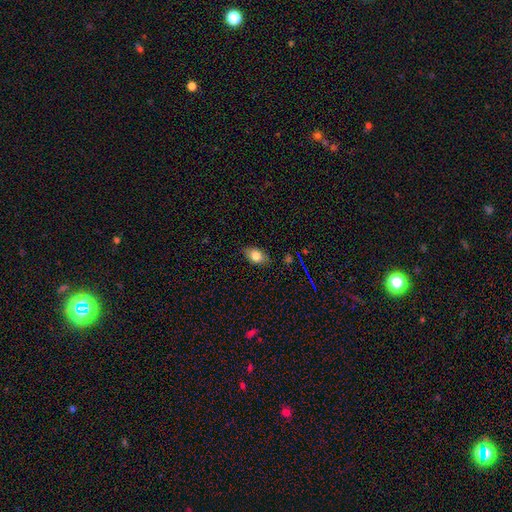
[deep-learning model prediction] This appears to be a smooth galaxy with no disk features (77%) that is in between round and cigar-shaped (83%). Merging: none (81%).